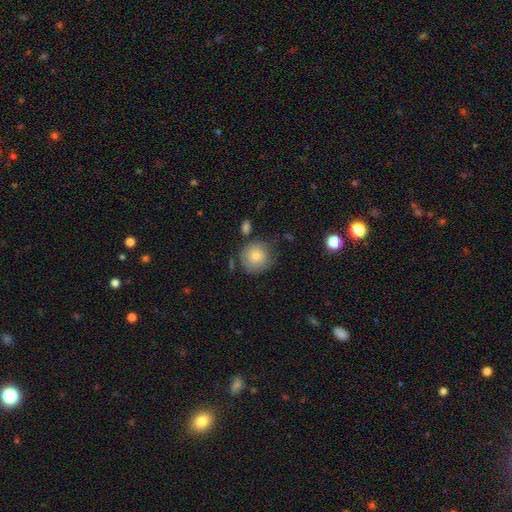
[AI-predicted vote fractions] Morphology: type=smooth (74%); roundness=round (91%); merging=none (70%).